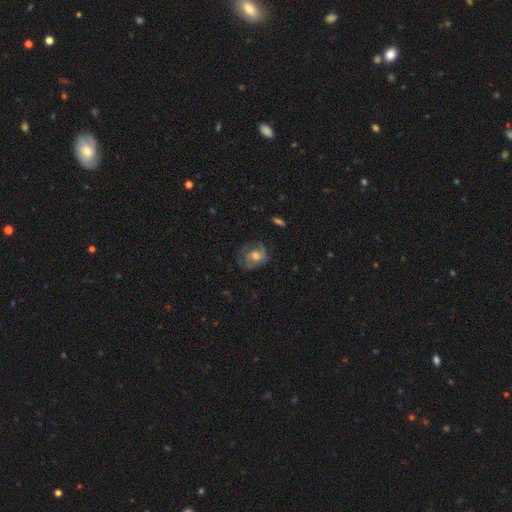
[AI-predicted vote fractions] A featured or disk galaxy (50%). Merging: none (59%).